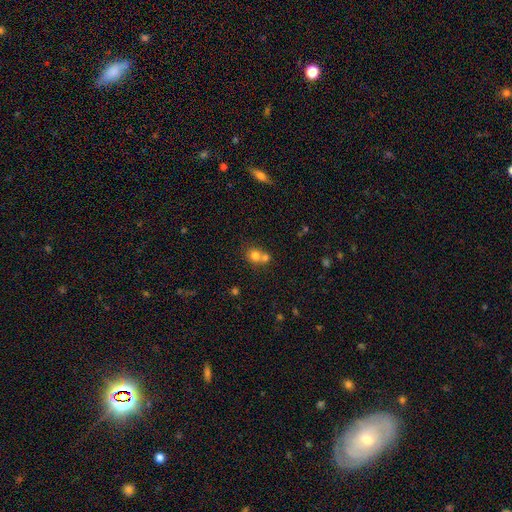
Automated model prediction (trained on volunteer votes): Q: Smooth or featured?
A: smooth (76%); runner-up: star or artifact (12%)
Q: How rounded?
A: round (76%); runner-up: in between (23%)
Q: Merging?
A: merger (55%); runner-up: none (36%)